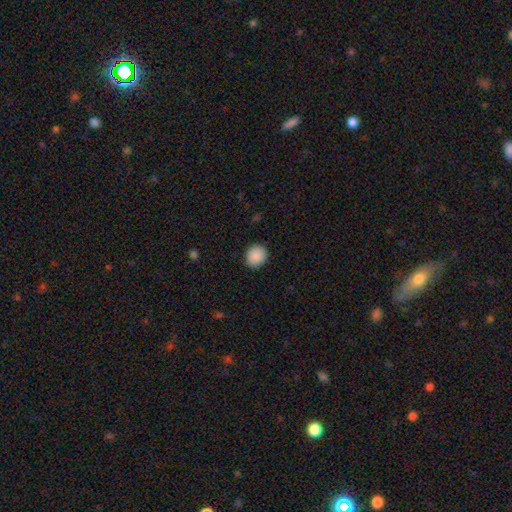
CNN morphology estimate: A smooth galaxy with no disk features (90%) that is round (78%). Merging: none (90%).